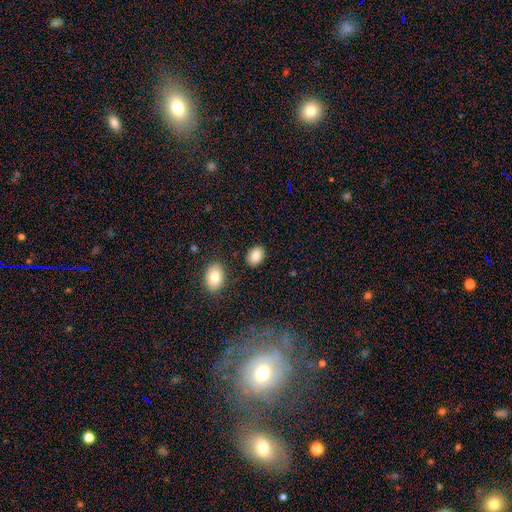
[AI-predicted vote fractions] This is clearly a smooth galaxy (85%). How rounded: likely in between (77%). Merging: clearly none (85%).